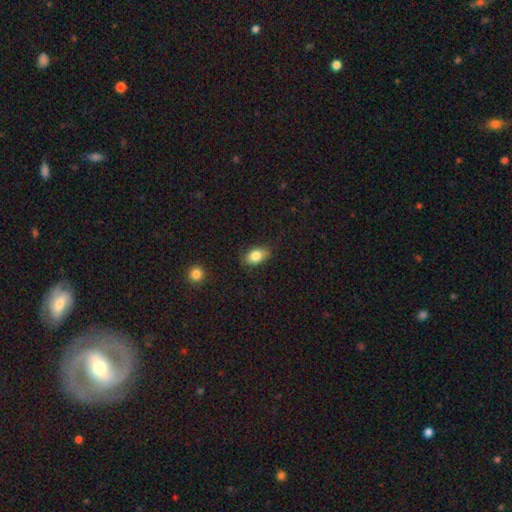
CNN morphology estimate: type=smooth (83%); roundness=in between (83%); merging=none (81%).